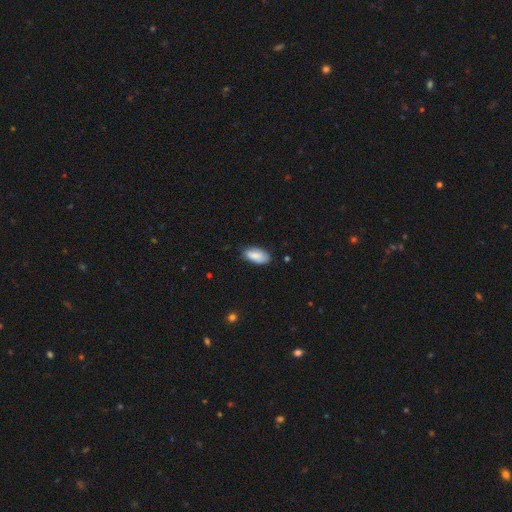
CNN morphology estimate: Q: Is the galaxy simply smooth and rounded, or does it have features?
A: smooth — 87%.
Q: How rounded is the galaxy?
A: in between — 91%.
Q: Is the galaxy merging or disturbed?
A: none — 76%.